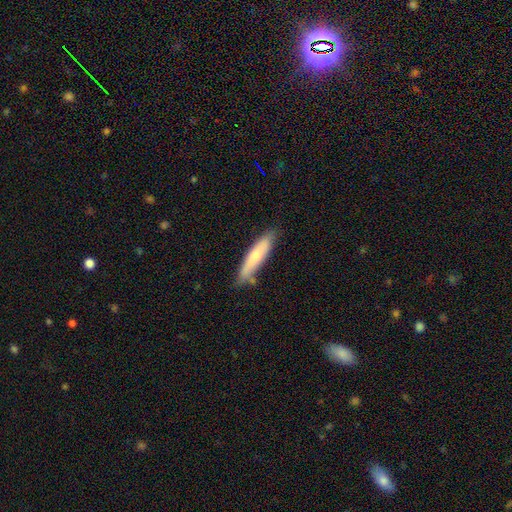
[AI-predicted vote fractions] smooth-or-featured: smooth: 66% | featured or disk: 28% | star or artifact: 6%
  how-rounded: cigar-shaped: 80% | in between: 19% | round: 1%
  merging: none: 76% | minor disturbance: 17% | merger: 4% | major disturbance: 3%